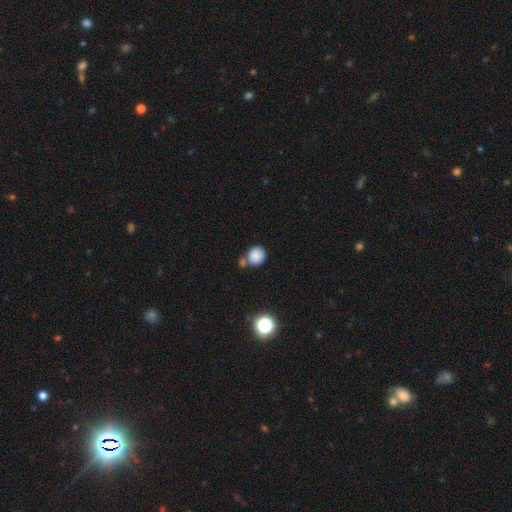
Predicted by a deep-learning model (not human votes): smooth_or_featured: smooth (p=0.85) [alt: star or artifact p=0.10]
how_rounded: round (p=0.77) [alt: in between p=0.22]
merging: none (p=0.59) [alt: merger p=0.24]